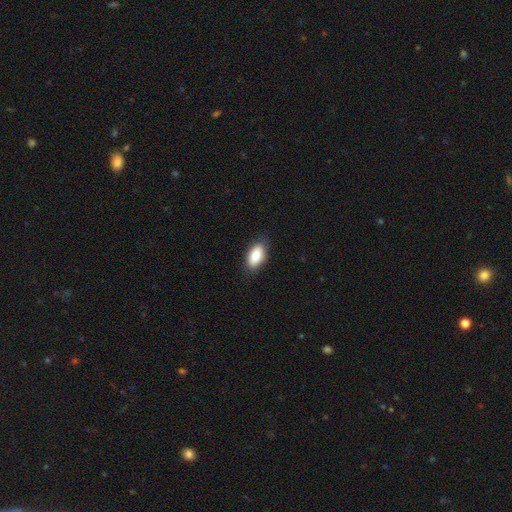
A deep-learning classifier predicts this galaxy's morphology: A smooth galaxy with no disk features (86%) that is in between round and cigar-shaped (92%).

Vote fractions:
- Smooth or featured? smooth: 86% / featured or disk: 8% / star or artifact: 7%
- How rounded? in between: 92% / round: 4% / cigar-shaped: 4%
- Merging? none: 85% / minor disturbance: 12% / major disturbance: 2% / merger: 1%